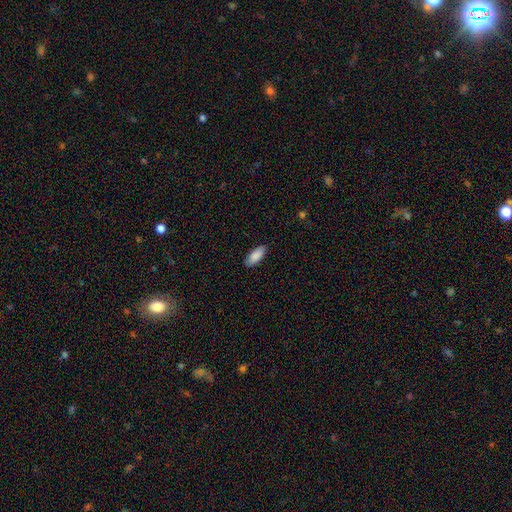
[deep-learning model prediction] This appears to be a smooth galaxy with no disk features (89%) that is in between round and cigar-shaped (83%). Merging: none (86%).